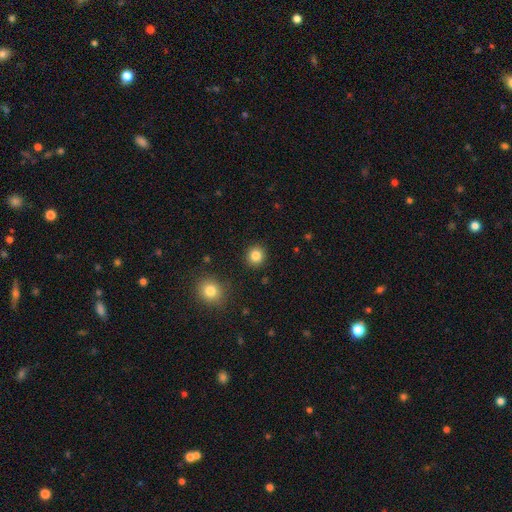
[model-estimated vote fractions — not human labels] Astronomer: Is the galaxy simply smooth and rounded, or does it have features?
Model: smooth — 84%.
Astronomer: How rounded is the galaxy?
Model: round — 90%.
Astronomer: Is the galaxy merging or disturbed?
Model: none — 91%.